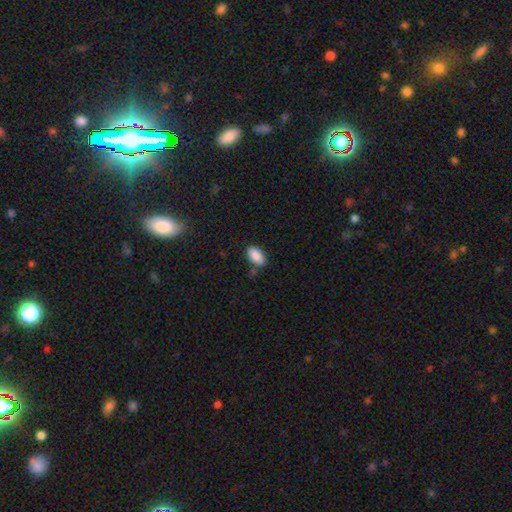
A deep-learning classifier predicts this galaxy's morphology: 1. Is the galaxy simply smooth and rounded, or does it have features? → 89% smooth, 7% star or artifact, 4% featured or disk.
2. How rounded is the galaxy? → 94% in between, 4% round, 2% cigar-shaped.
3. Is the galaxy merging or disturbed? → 78% none, 14% minor disturbance, 5% merger, 3% major disturbance.